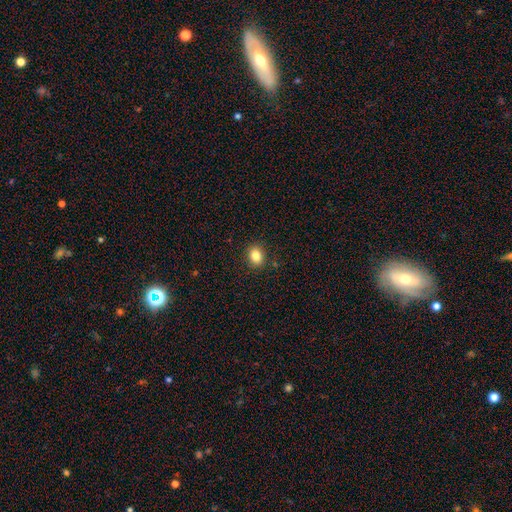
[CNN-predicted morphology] smooth 84%, star or artifact 10%, featured or disk 6%. Down the decision tree: how rounded — round (53%); merging — none (89%).